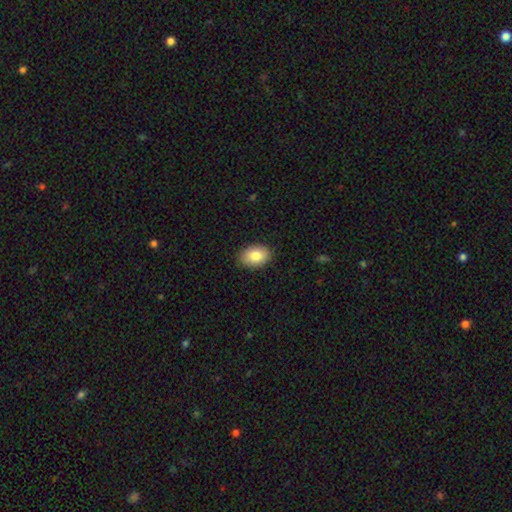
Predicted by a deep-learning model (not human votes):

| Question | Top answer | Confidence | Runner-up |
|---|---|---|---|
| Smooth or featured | smooth | 84% | featured or disk (9%) |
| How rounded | in between | 84% | round (15%) |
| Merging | none | 88% | minor disturbance (9%) |